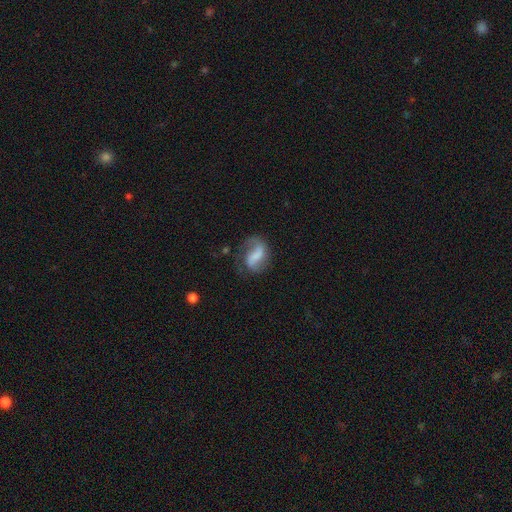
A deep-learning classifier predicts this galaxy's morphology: The model was most divided on "bar": weak: 39%, strong: 35%, no: 26%. Remaining: edge-on disk — no (97%); spiral arms — yes (90%); spiral arm count — 2 (82%); smooth or featured — featured or disk (68%); merging — none (61%); spiral winding — loose (55%); bulge size — none (46%).